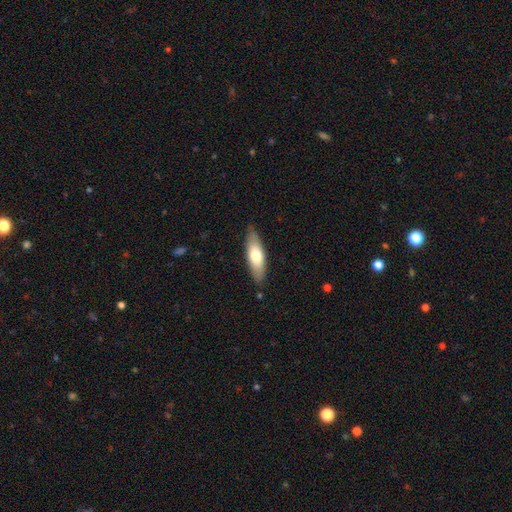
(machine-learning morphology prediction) Smooth or featured?
  - smooth: 68% *
  - featured or disk: 27%
  - star or artifact: 5%
How rounded?
  - in between: 55% *
  - cigar-shaped: 43%
  - round: 2%
Merging?
  - none: 83% *
  - minor disturbance: 14%
  - major disturbance: 2%
  - merger: 1%